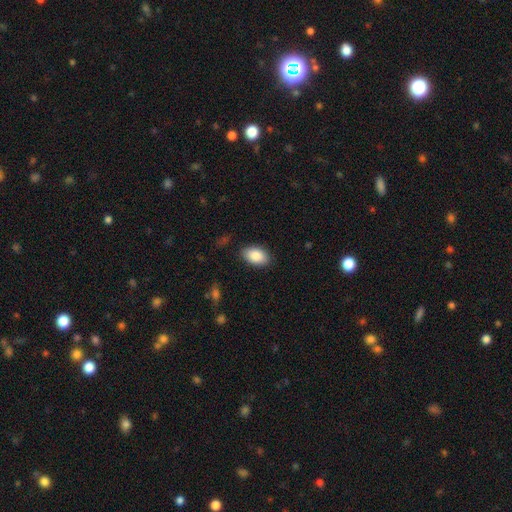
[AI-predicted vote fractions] A smooth galaxy with no disk features (88%) that is in between round and cigar-shaped (92%).

Vote fractions:
- Smooth or featured? smooth: 88% / star or artifact: 7% / featured or disk: 5%
- How rounded? in between: 92% / round: 6% / cigar-shaped: 1%
- Merging? none: 86% / minor disturbance: 10% / major disturbance: 3% / merger: 1%